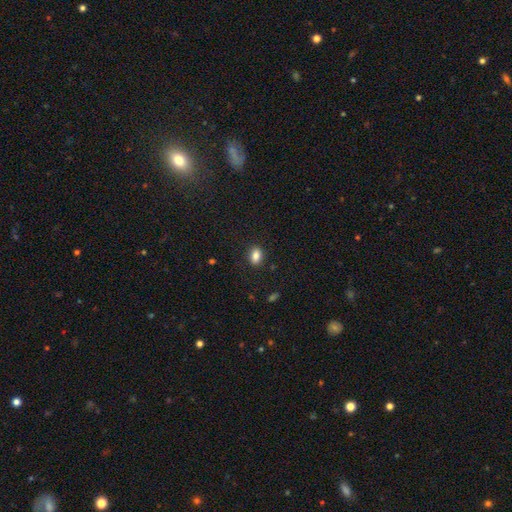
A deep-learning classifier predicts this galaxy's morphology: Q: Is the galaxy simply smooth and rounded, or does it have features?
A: smooth — 85%.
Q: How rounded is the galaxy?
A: in between — 74%.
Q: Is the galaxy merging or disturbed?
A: none — 87%.